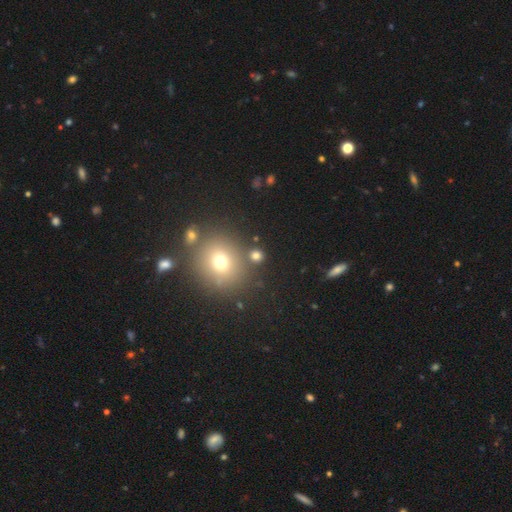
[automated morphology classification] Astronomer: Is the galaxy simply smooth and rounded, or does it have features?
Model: smooth — 71%.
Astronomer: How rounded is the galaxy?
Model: round — 85%.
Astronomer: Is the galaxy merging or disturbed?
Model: none — 79%.